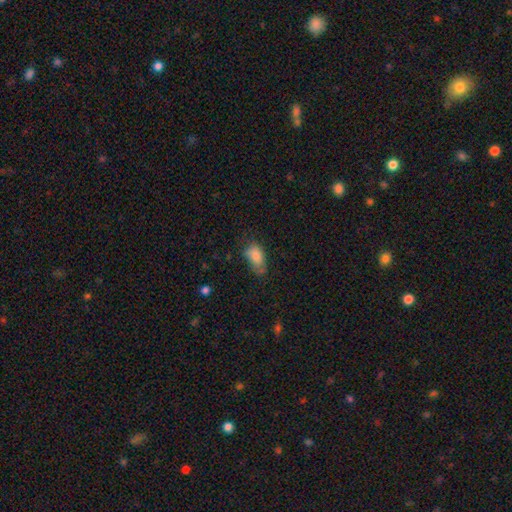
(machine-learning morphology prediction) The model was most divided on "merging": none: 49%, minor disturbance: 36%, major disturbance: 12%, merger: 4%. More confident: how rounded — in between (90%); smooth or featured — smooth (80%).